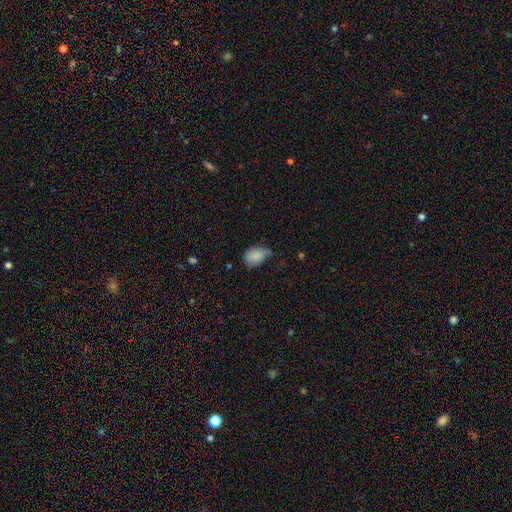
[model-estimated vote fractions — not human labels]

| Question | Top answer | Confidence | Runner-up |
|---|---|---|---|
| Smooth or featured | smooth | 82% | featured or disk (9%) |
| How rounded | in between | 82% | round (16%) |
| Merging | minor disturbance | 46% | none (38%) |